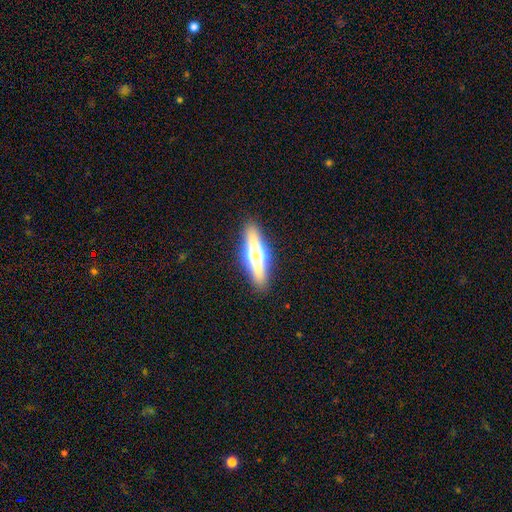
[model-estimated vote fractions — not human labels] The model was most divided on "smooth or featured": featured or disk: 56%, smooth: 36%, star or artifact: 8%. More confident: edge-on disk — yes (92%); edge-on bulge — rounded (92%); merging — none (89%).